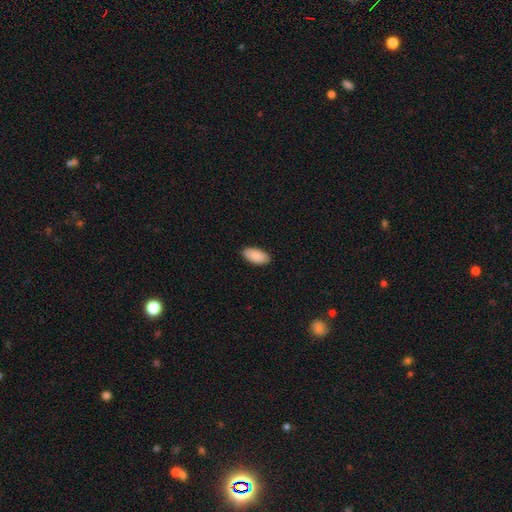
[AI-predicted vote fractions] Smooth or featured: smooth — 90% (star or artifact — 6%)
How rounded: in between — 94% (cigar-shaped — 4%)
Merging: none — 89% (minor disturbance — 8%)